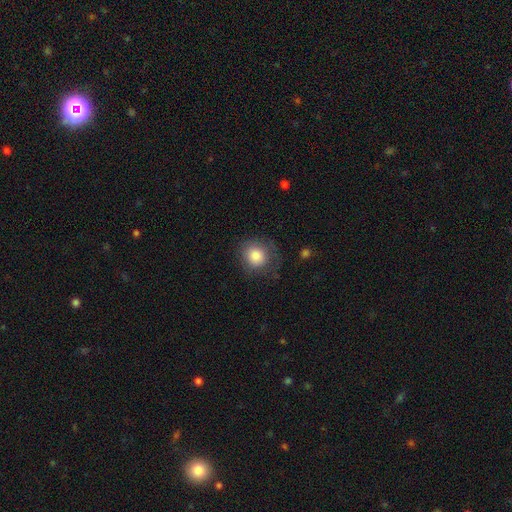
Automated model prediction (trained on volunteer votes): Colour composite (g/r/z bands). It shows a smooth galaxy with no disk features (83%) that is round (83%). Merging: none (70%).